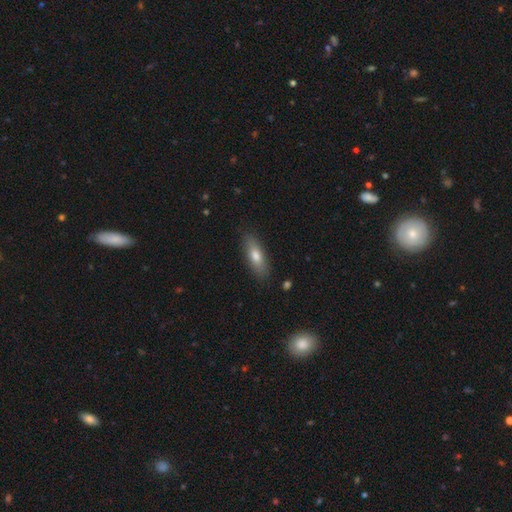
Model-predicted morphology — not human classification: Smooth or featured? smooth (73%)
How rounded? in between (62%)
Merging? none (86%)